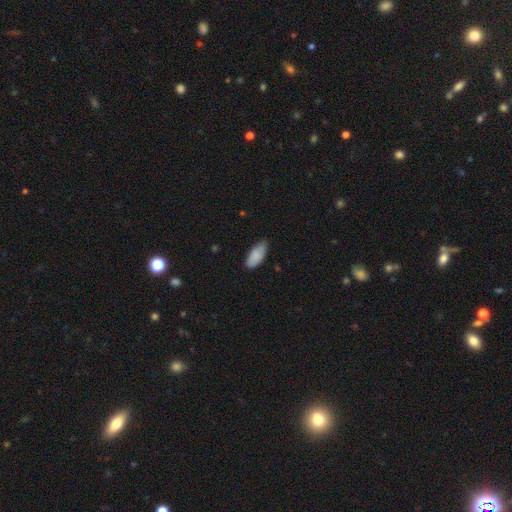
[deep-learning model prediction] Smooth or featured? smooth (85%)
How rounded? in between (89%)
Merging? none (68%)